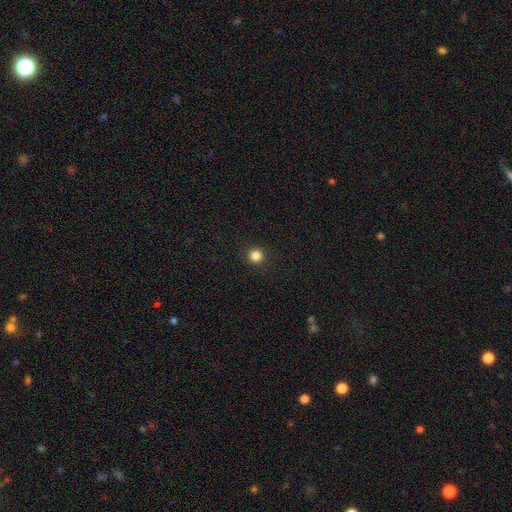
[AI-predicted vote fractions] The model was most divided on "smooth or featured": smooth: 84%, star or artifact: 13%, featured or disk: 4%. More confident: how rounded — round (95%); merging — none (93%).